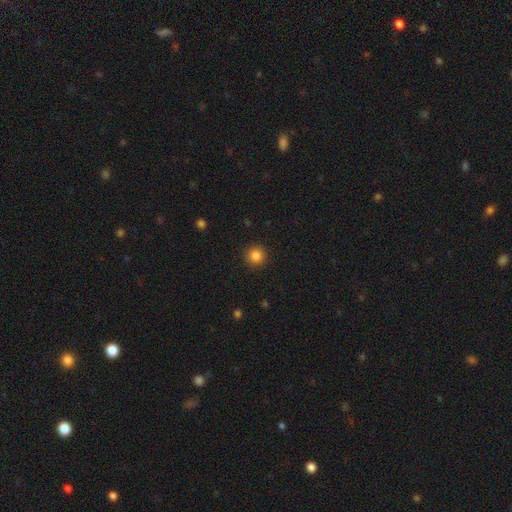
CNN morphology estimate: Smooth or featured: smooth — 85% (star or artifact — 11%)
How rounded: round — 93% (in between — 6%)
Merging: none — 91% (minor disturbance — 6%)